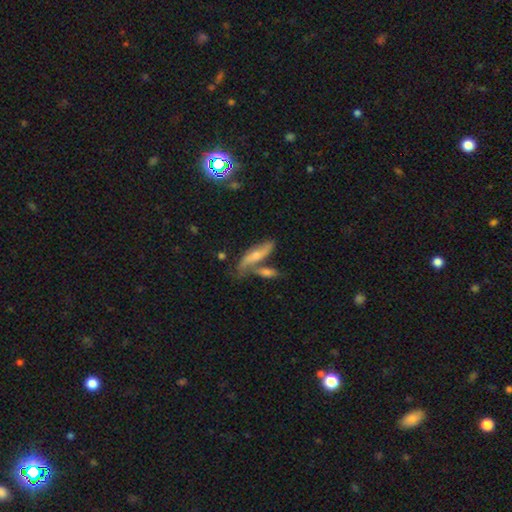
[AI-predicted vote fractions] smooth-or-featured: smooth: 50% | featured or disk: 43% | star or artifact: 7%
  merging: none: 42% | merger: 34% | minor disturbance: 16% | major disturbance: 8%